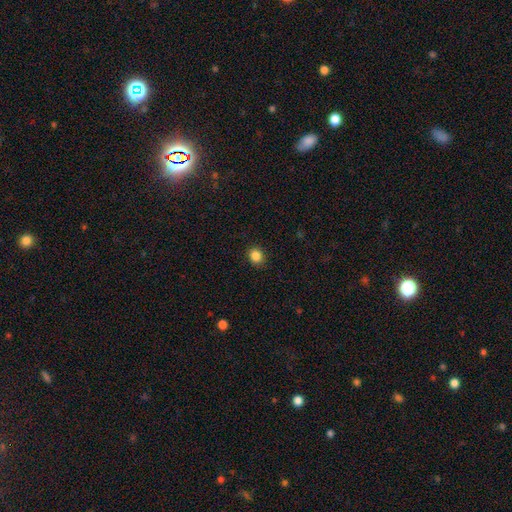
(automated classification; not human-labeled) smooth_or_featured: smooth (p=0.85) [alt: star or artifact p=0.11]
how_rounded: round (p=0.77) [alt: in between p=0.22]
merging: none (p=0.91) [alt: minor disturbance p=0.07]